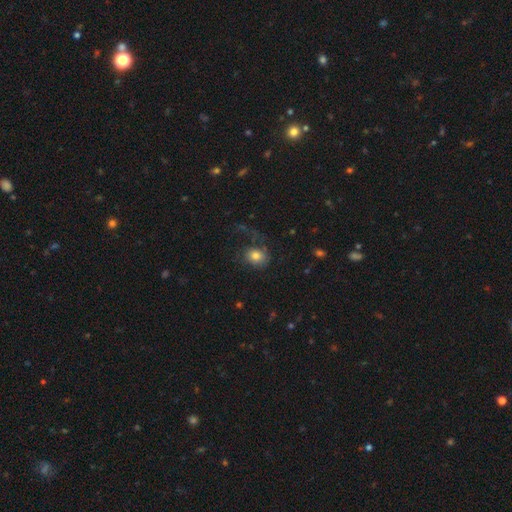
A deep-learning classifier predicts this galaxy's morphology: smooth 74%, featured or disk 16%, star or artifact 10%. Down the decision tree: how rounded — round (55%); merging — none (51%).